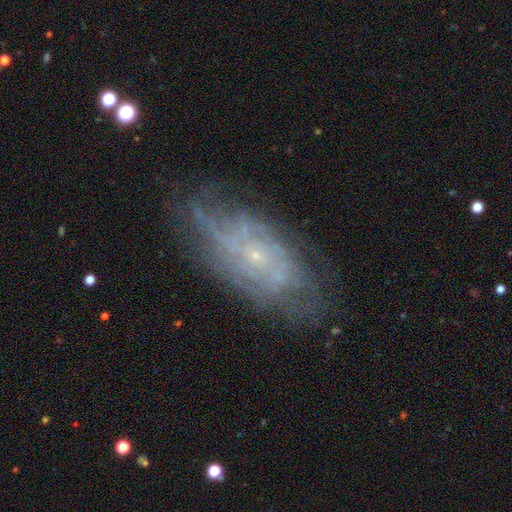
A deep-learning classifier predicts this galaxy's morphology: Smooth or featured: featured or disk — 72% (smooth — 18%)
Edge-on disk: no — 90% (yes — 10%)
Bar: no — 81% (weak — 17%)
Spiral arms: yes — 78% (no — 22%)
Spiral winding: tight — 52% (medium — 33%)
Spiral arm count: can't tell — 57% (2 — 13%)
Bulge size: small — 83% (moderate — 10%)
Merging: none — 67% (minor disturbance — 22%)